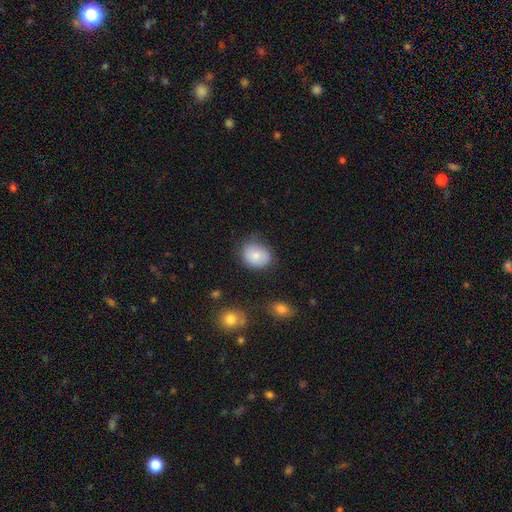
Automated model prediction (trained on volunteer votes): A smooth galaxy with no disk features (82%) that is round (56%). Merging: none (67%).